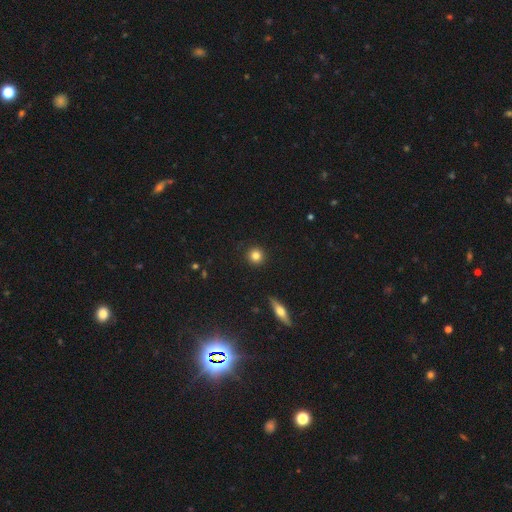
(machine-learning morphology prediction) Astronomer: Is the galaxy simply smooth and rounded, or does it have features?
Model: smooth — 83%.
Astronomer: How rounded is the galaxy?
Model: round — 94%.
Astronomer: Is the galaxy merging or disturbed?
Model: none — 92%.